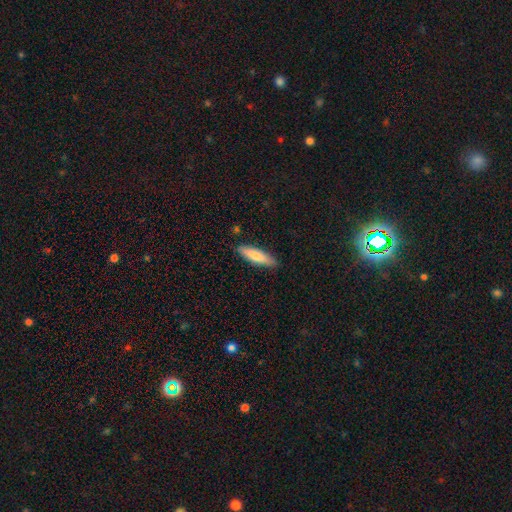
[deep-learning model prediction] Smooth or featured: smooth — 75% (featured or disk — 19%)
How rounded: cigar-shaped — 67% (in between — 31%)
Merging: none — 87% (minor disturbance — 10%)